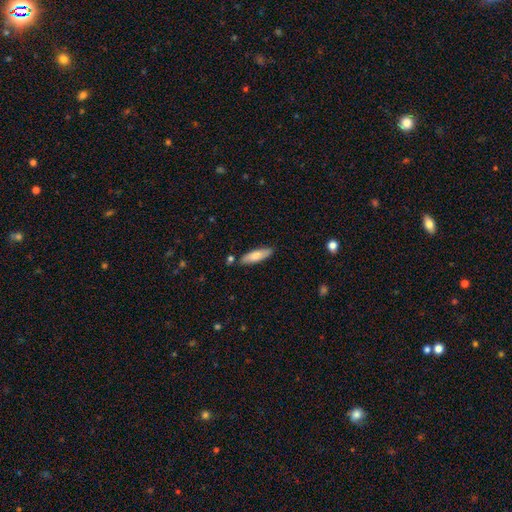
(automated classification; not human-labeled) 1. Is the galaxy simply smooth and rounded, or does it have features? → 76% smooth, 19% featured or disk, 6% star or artifact.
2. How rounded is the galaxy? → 57% cigar-shaped, 41% in between, 2% round.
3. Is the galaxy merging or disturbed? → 82% none, 12% minor disturbance, 4% merger, 2% major disturbance.